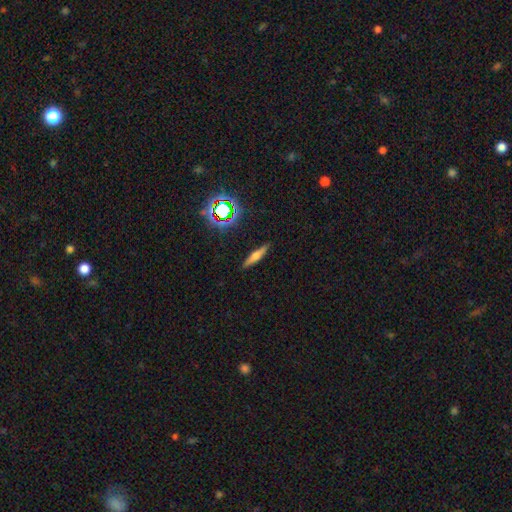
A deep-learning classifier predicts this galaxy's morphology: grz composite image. It shows a smooth galaxy with no disk features (49%). Merging: none (88%).